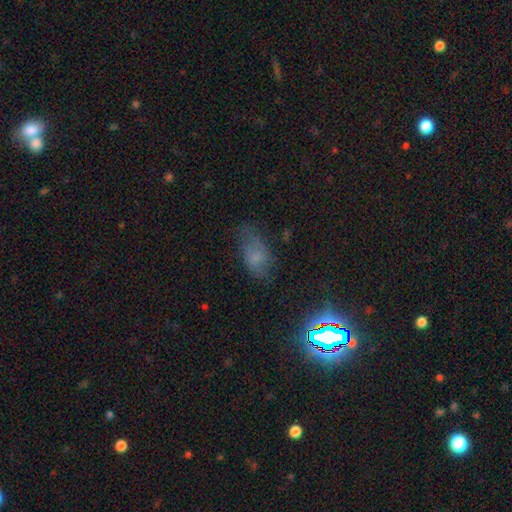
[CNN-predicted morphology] smooth_or_featured: smooth (p=0.57) [alt: star or artifact p=0.23]
how_rounded: in between (p=0.86) [alt: round p=0.09]
merging: none (p=0.54) [alt: minor disturbance p=0.29]